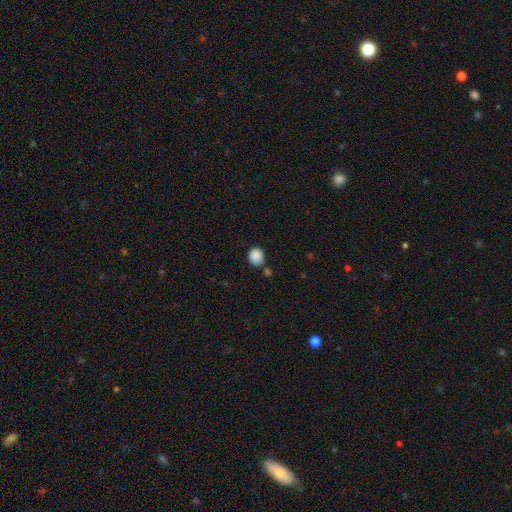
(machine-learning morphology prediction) A smooth galaxy with no disk features (88%) that is round (66%). Merging: none (70%).